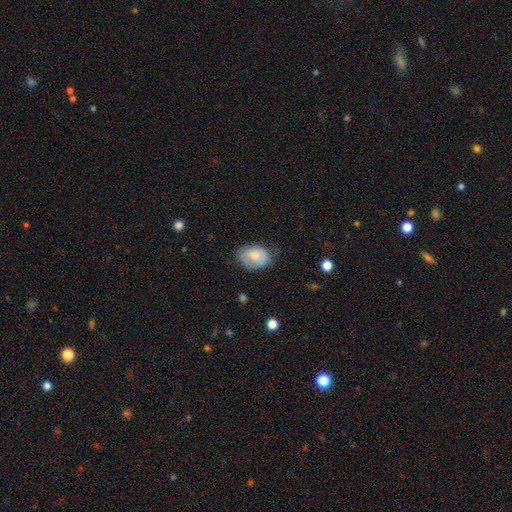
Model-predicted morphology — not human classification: Q: Smooth or featured?
A: smooth (70%); runner-up: featured or disk (22%)
Q: How rounded?
A: in between (75%); runner-up: round (23%)
Q: Merging?
A: none (52%); runner-up: minor disturbance (34%)